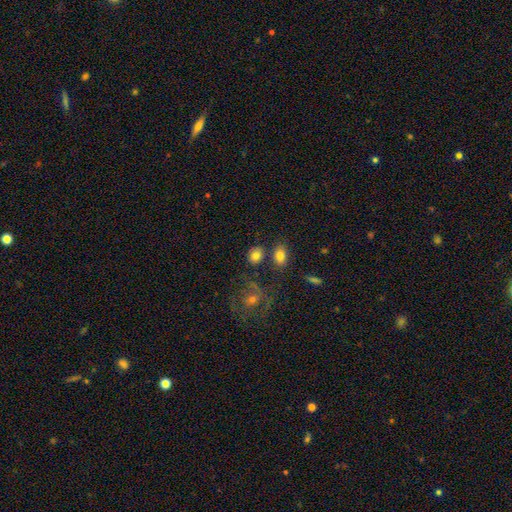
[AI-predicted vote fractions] smooth_or_featured: smooth (p=0.80) [alt: star or artifact p=0.10]
how_rounded: in between (p=0.55) [alt: round p=0.44]
merging: none (p=0.72) [alt: minor disturbance p=0.13]